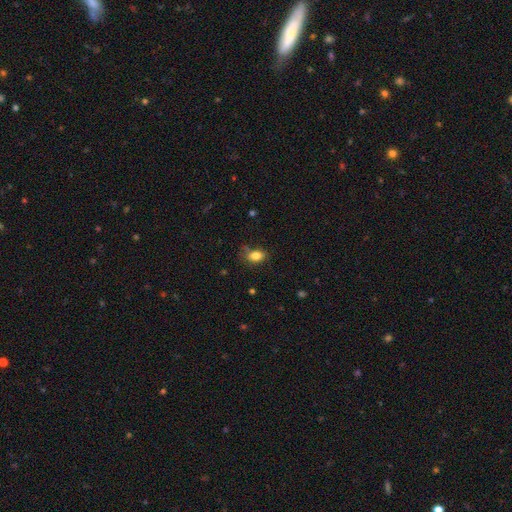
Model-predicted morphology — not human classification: smooth-or-featured: smooth: 82% | star or artifact: 10% | featured or disk: 8%
  how-rounded: in between: 75% | round: 23% | cigar-shaped: 2%
  merging: none: 65% | minor disturbance: 25% | major disturbance: 7% | merger: 3%